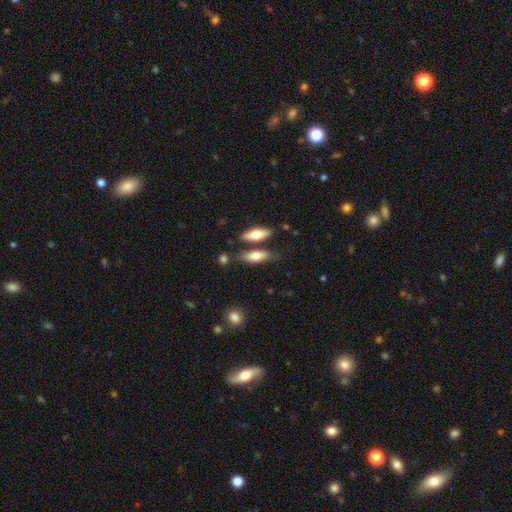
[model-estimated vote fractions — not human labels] smooth 74%, featured or disk 20%, star or artifact 6%. Down the decision tree: how rounded — in between (58%); merging — none (64%).